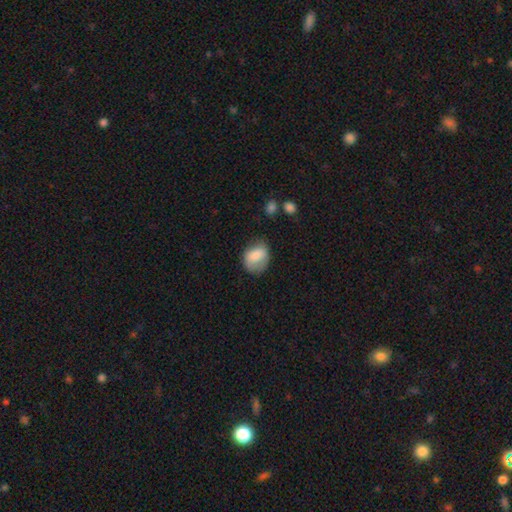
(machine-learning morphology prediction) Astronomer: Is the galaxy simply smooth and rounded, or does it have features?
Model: smooth — 79%.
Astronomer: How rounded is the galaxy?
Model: in between — 54% (runner-up: round, 45%).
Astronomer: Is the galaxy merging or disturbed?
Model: none — 53% (runner-up: minor disturbance, 31%).